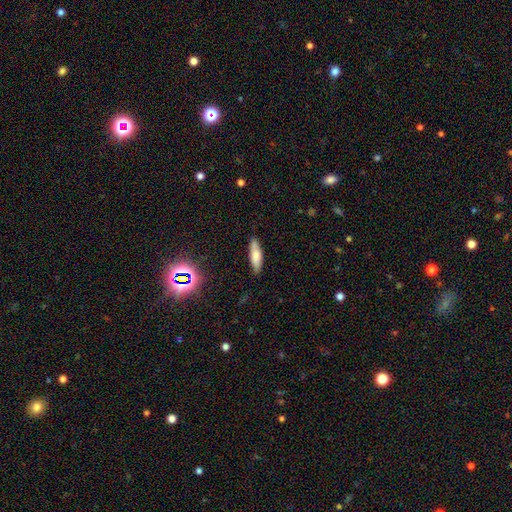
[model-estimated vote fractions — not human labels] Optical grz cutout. It shows a smooth galaxy with no disk features (69%) that is cigar-shaped (62%). Merging: none (83%).